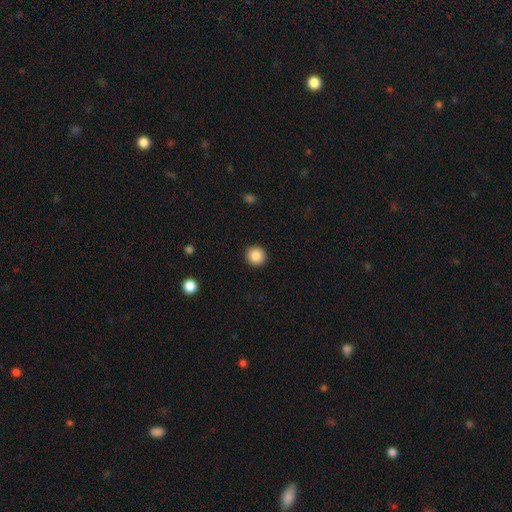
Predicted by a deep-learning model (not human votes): Smooth or featured? Predicted: smooth (p=0.87). How rounded? Predicted: round (p=0.94). Merging? Predicted: none (p=0.93).